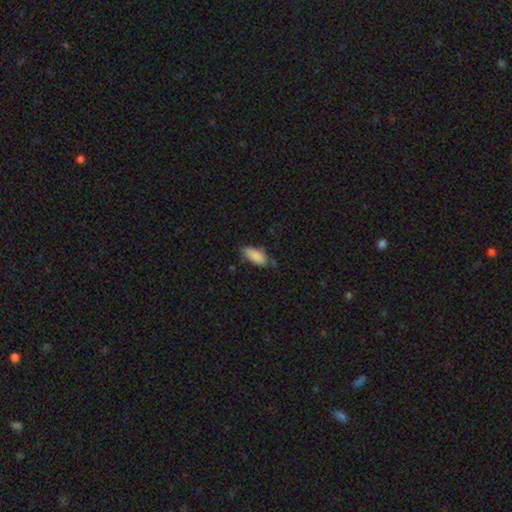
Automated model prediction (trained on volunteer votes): Morphology: type=smooth (87%); roundness=in between (82%); merging=none (61%).